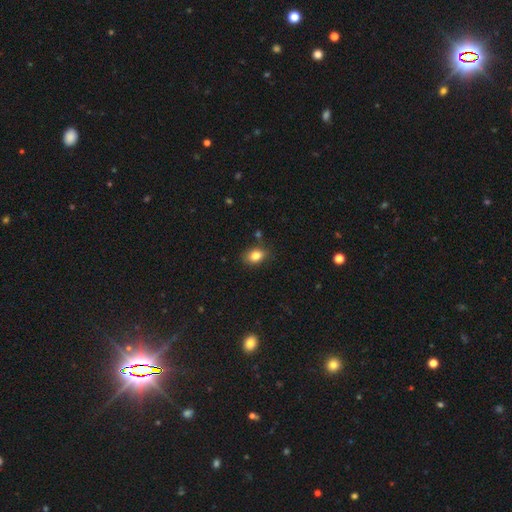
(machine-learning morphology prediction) Overall: smooth (82%). How rounded: in between (79%). Merging: none (81%).